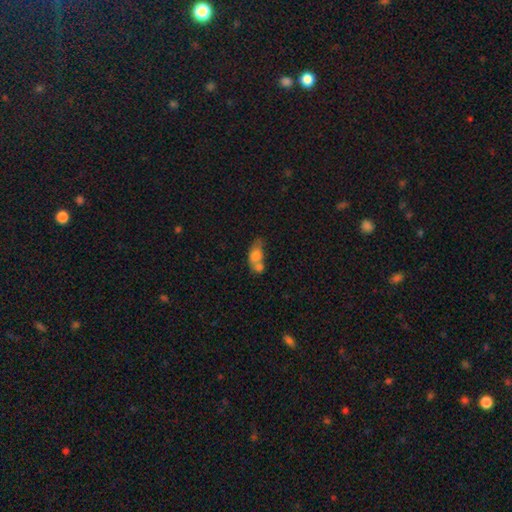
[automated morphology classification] Q: Smooth or featured?
A: smooth (71%); runner-up: featured or disk (20%)
Q: How rounded?
A: in between (78%); runner-up: round (14%)
Q: Merging?
A: merger (57%); runner-up: none (21%)